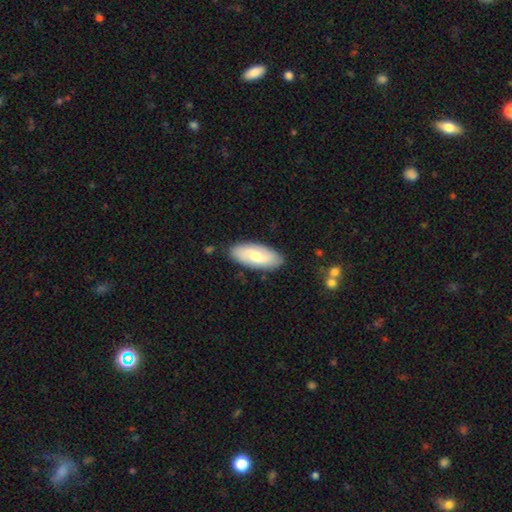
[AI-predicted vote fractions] smooth-or-featured: smooth: 59% | featured or disk: 35% | star or artifact: 5%
  how-rounded: in between: 85% | cigar-shaped: 13% | round: 2%
  merging: none: 86% | minor disturbance: 11% | major disturbance: 2% | merger: 1%